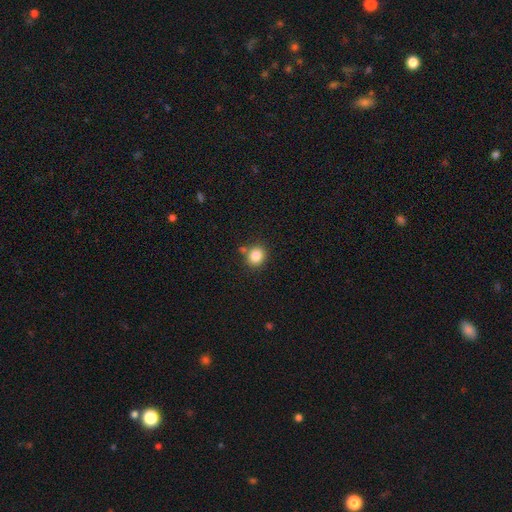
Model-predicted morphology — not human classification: Smooth or featured? smooth (85%)
How rounded? round (79%)
Merging? none (76%)